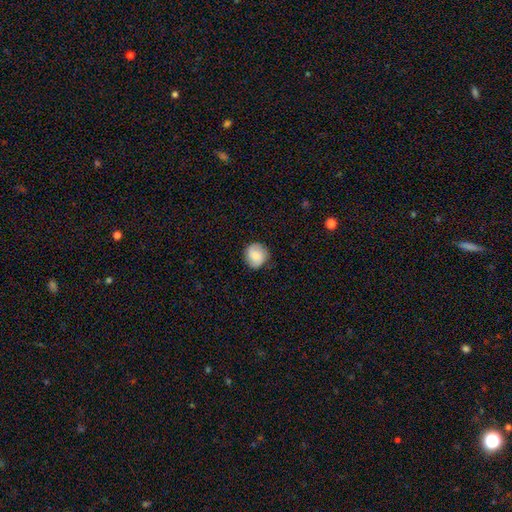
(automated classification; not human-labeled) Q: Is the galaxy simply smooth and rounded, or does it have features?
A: smooth — 76%.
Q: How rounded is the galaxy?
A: round — 87%.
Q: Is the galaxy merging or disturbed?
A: none — 83%.